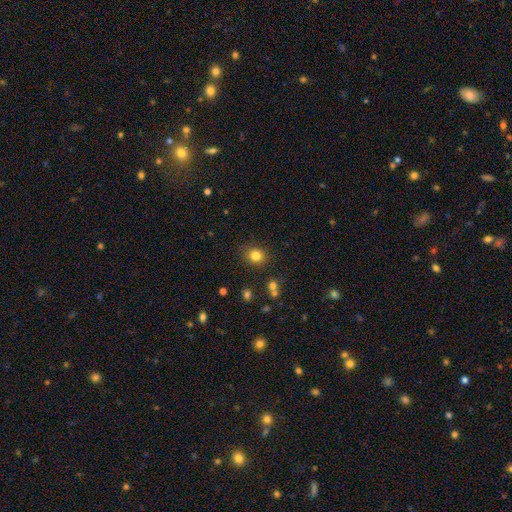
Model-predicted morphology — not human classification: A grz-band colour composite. It shows a smooth galaxy with no disk features (81%) that is round (78%). Merging: none (83%).